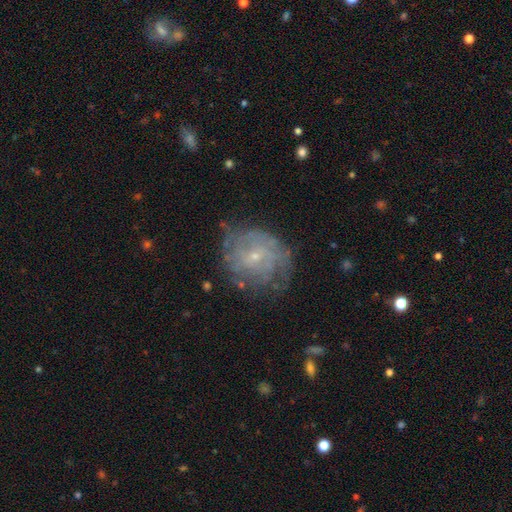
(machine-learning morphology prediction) A featured or disk galaxy (72%) with no bar (66%), tight (61%) spiral arms (83%) and a small central bulge (80%). Merging: none (66%).